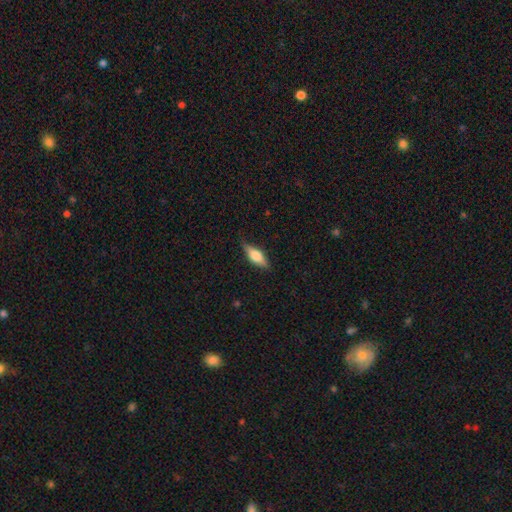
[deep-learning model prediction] Overall: smooth (56%; featured or disk 37%). How rounded: in between (62%; cigar-shaped 35%). Merging: none (81%).